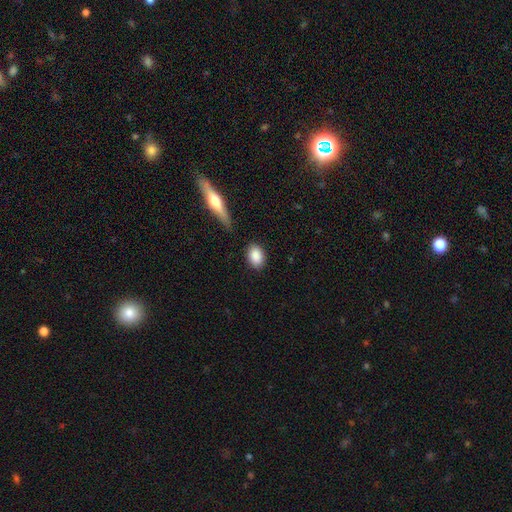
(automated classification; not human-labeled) Morphology: type=smooth (87%); roundness=in between (73%); merging=none (83%).